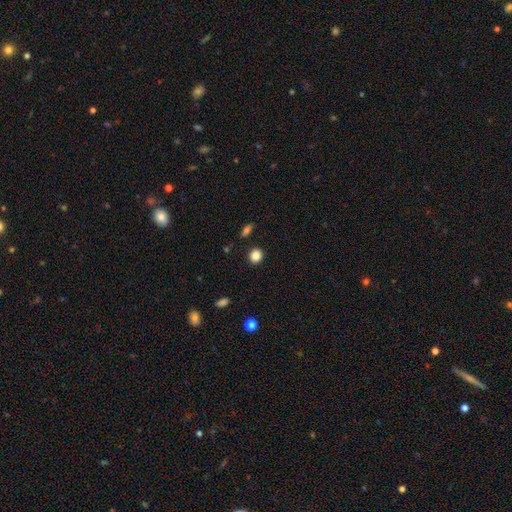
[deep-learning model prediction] Morphology: type=smooth (86%); roundness=round (82%); merging=none (88%).